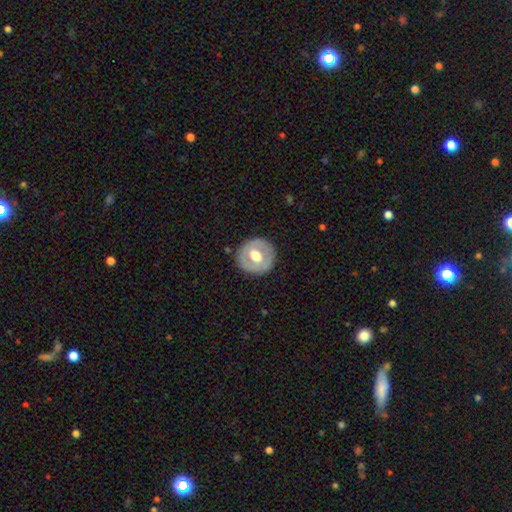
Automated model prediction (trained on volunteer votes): A smooth galaxy with no disk features (48%). Merging: none (86%).